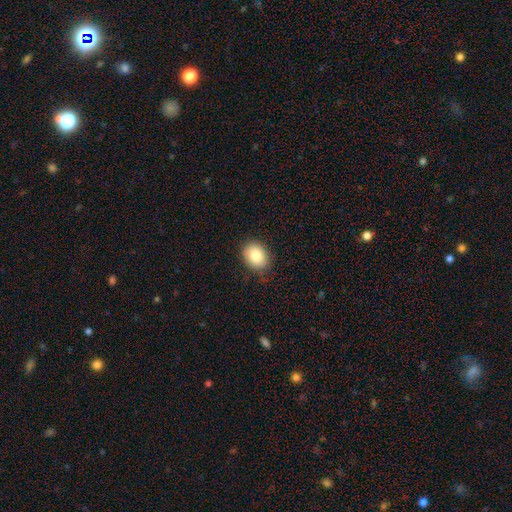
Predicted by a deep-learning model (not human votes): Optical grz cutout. It shows a smooth galaxy with no disk features (83%) that is in between round and cigar-shaped (63%). Merging: none (83%).